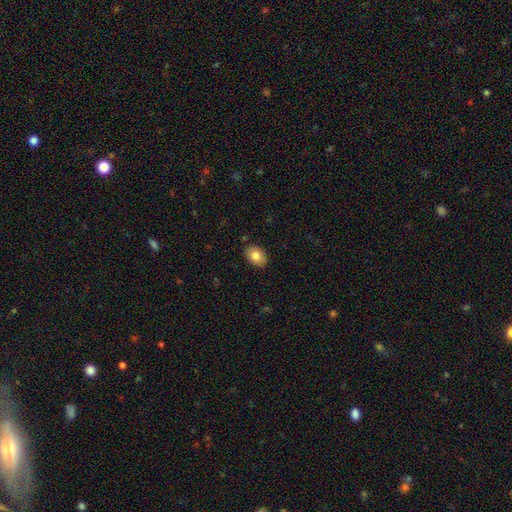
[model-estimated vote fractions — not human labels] Smooth or featured?
  - smooth: 82% *
  - featured or disk: 10%
  - star or artifact: 8%
How rounded?
  - in between: 81% *
  - round: 18%
  - cigar-shaped: 1%
Merging?
  - none: 88% *
  - minor disturbance: 9%
  - major disturbance: 2%
  - merger: 1%